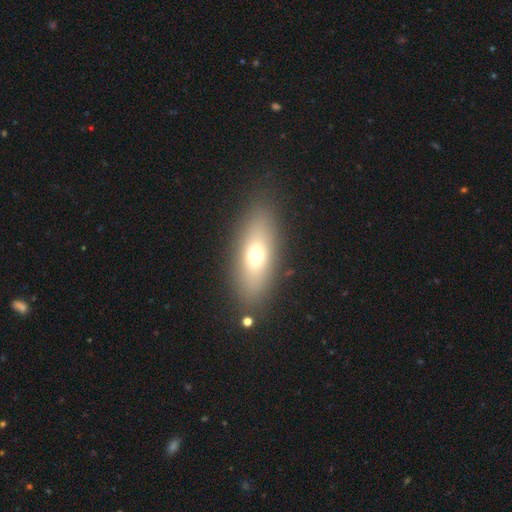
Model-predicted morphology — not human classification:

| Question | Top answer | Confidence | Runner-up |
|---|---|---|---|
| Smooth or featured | smooth | 65% | featured or disk (25%) |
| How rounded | in between | 68% | cigar-shaped (27%) |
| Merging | none | 85% | minor disturbance (9%) |